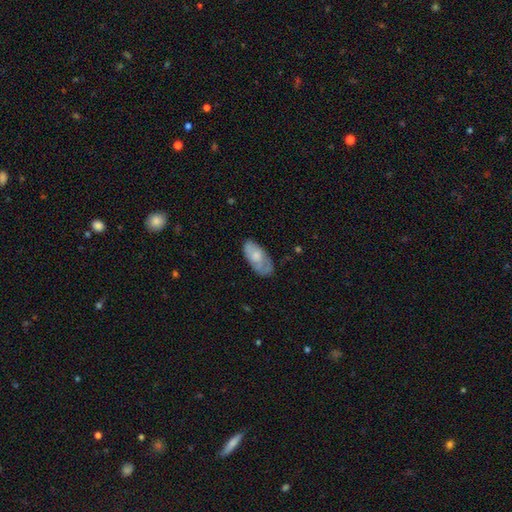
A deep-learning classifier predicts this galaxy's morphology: The model was most divided on "smooth or featured": smooth: 65%, featured or disk: 29%, star or artifact: 6%. More confident: how rounded — in between (91%); merging — none (64%).